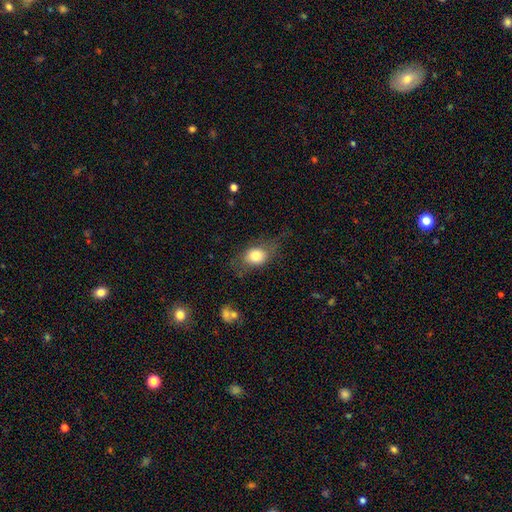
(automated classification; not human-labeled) smooth-or-featured: smooth: 76% | featured or disk: 15% | star or artifact: 9%
  how-rounded: in between: 60% | round: 38% | cigar-shaped: 2%
  merging: none: 58% | minor disturbance: 24% | major disturbance: 16% | merger: 2%